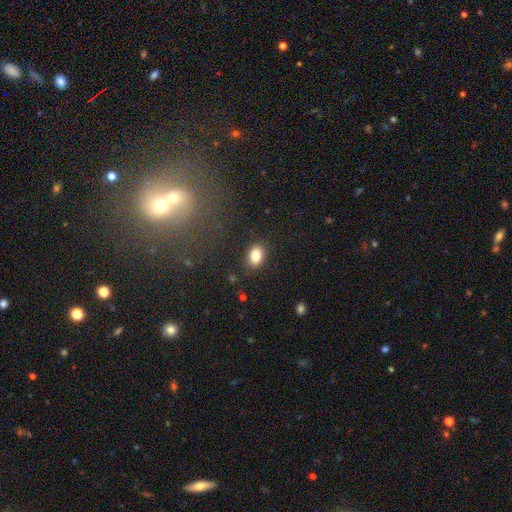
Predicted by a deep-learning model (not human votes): Smooth or featured? Predicted: smooth (p=0.84). How rounded? Predicted: in between (p=0.86). Merging? Predicted: none (p=0.87).